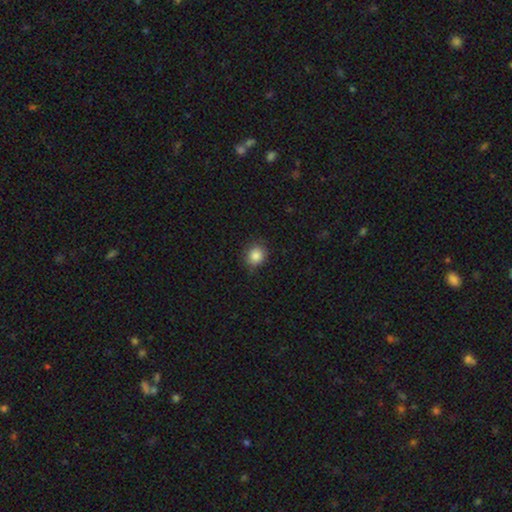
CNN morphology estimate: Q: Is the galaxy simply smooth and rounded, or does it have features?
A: smooth — 86%.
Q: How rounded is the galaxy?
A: round — 79%.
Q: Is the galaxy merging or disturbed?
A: none — 82%.